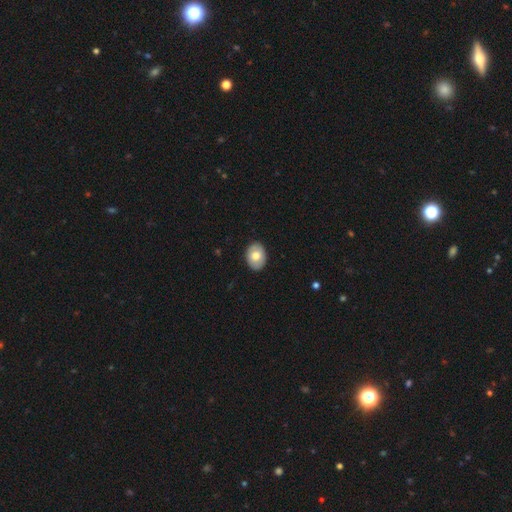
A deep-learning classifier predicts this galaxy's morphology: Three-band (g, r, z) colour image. It shows a smooth galaxy with no disk features (74%) that is in between round and cigar-shaped (75%). Merging: none (90%).